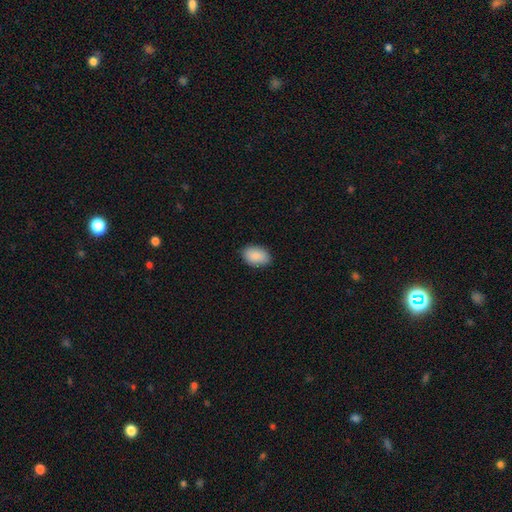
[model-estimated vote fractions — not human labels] Q: Smooth or featured?
A: smooth (90%); runner-up: star or artifact (6%)
Q: How rounded?
A: in between (88%); runner-up: round (11%)
Q: Merging?
A: none (87%); runner-up: minor disturbance (10%)